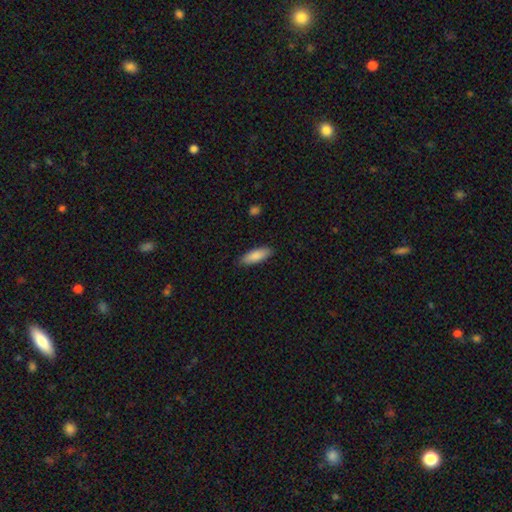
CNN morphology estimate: The model was most divided on "how rounded": in between: 59%, cigar-shaped: 39%, round: 2%. More confident: smooth or featured — smooth (87%); merging — none (86%).